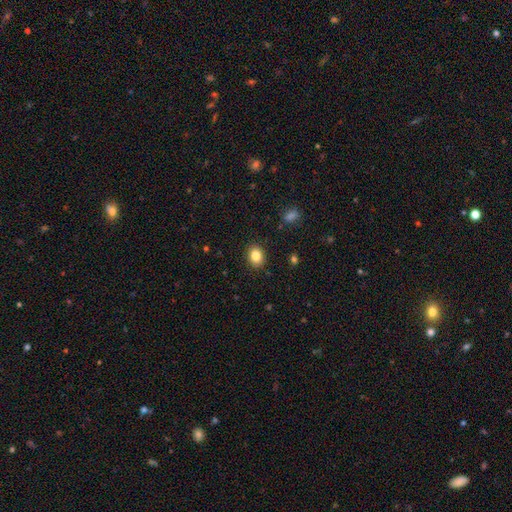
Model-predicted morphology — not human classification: Overall: smooth (85%). How rounded: in between (57%; round 42%). Merging: none (89%).